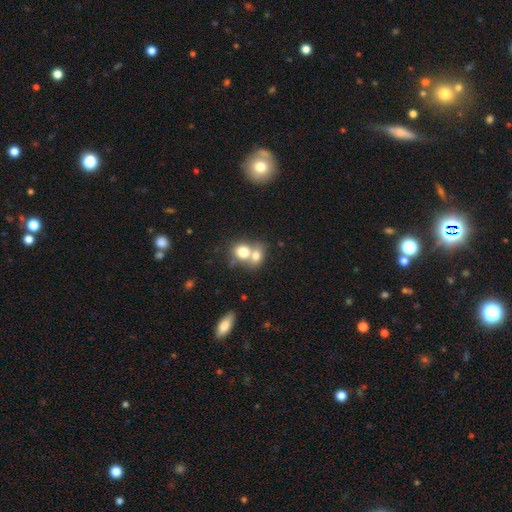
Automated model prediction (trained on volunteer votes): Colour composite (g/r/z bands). It shows a smooth galaxy with no disk features (72%) that is round (55%). Merging: merger (69%).